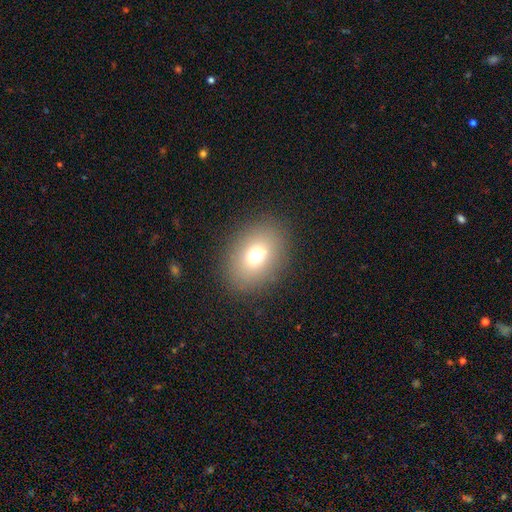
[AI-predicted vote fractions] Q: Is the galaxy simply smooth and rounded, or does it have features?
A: smooth — 70%.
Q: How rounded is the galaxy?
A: in between — 60%.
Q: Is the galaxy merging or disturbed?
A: none — 86%.